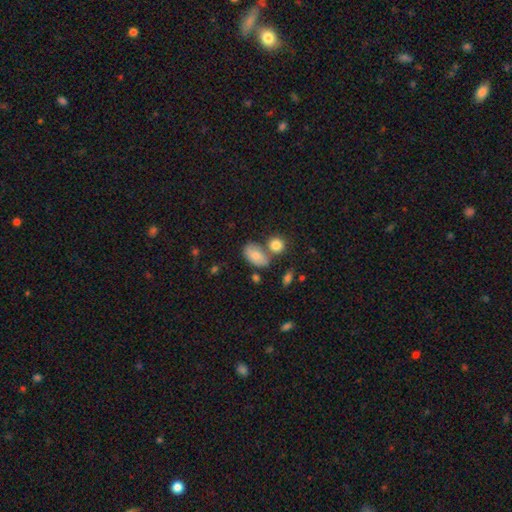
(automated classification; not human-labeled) Overall: smooth (79%). How rounded: in between (89%). Merging: none (53%; merger 22%).